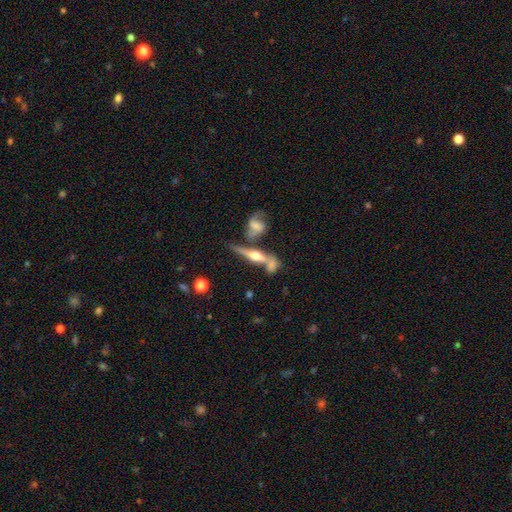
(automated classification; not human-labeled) Morphology: type=featured or disk (66%); edge-on=yes (88%); edge-on bulge=rounded (88%); merging=none (47%).